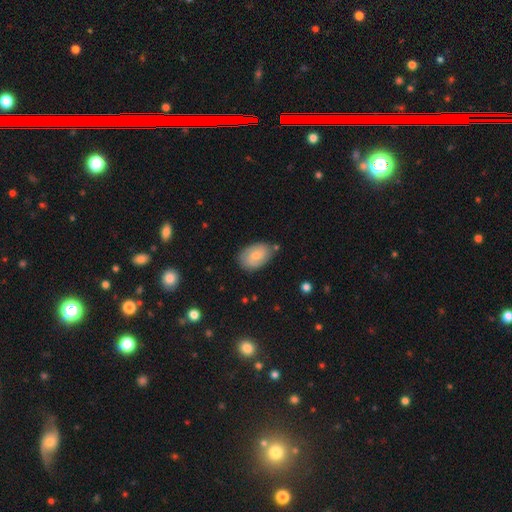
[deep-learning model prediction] A smooth galaxy with no disk features (58%) that is in between round and cigar-shaped (89%).

Vote fractions:
- Smooth or featured? smooth: 58% / featured or disk: 36% / star or artifact: 7%
- How rounded? in between: 89% / round: 10% / cigar-shaped: 1%
- Merging? none: 74% / minor disturbance: 18% / merger: 4% / major disturbance: 4%